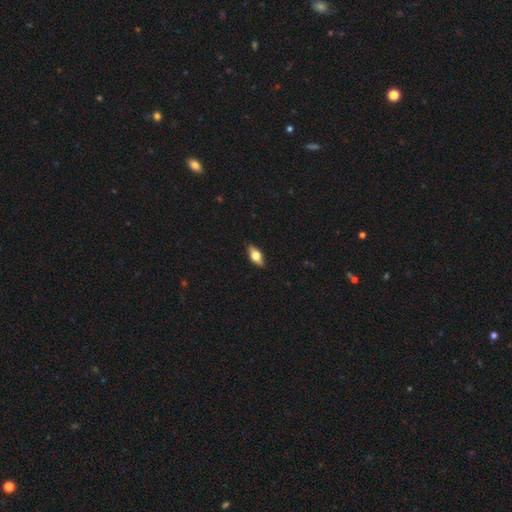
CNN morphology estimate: This is possibly a smooth galaxy (54%). How rounded: likely in between (78%). Merging: clearly none (86%).